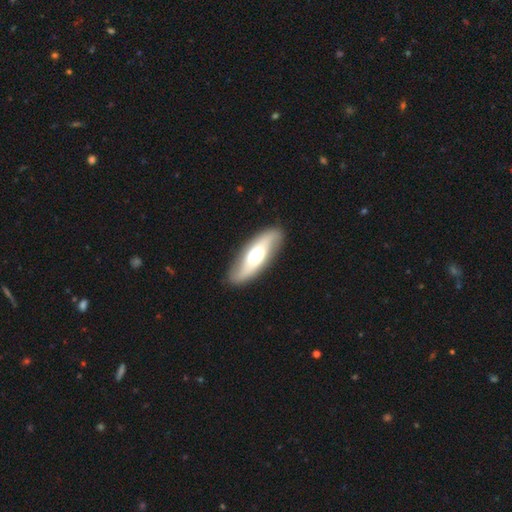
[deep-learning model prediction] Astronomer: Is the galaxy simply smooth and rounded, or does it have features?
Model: featured or disk — 61%.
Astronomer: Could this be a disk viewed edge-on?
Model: no — 75%.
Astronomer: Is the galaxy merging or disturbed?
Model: none — 86%.